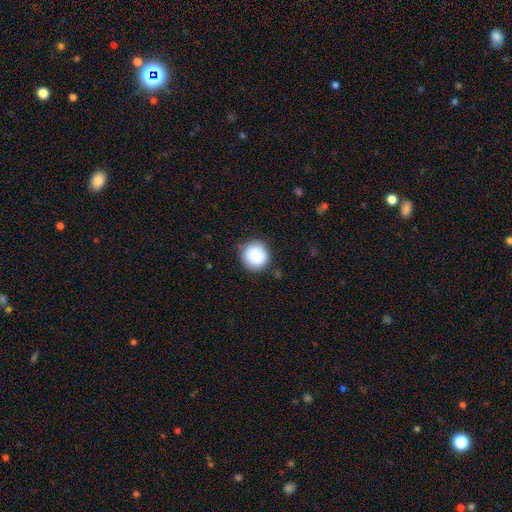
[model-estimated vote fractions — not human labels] The model was most divided on "merging": none: 84%, minor disturbance: 12%, major disturbance: 3%, merger: 1%. More confident: how rounded — round (92%); smooth or featured — smooth (86%).